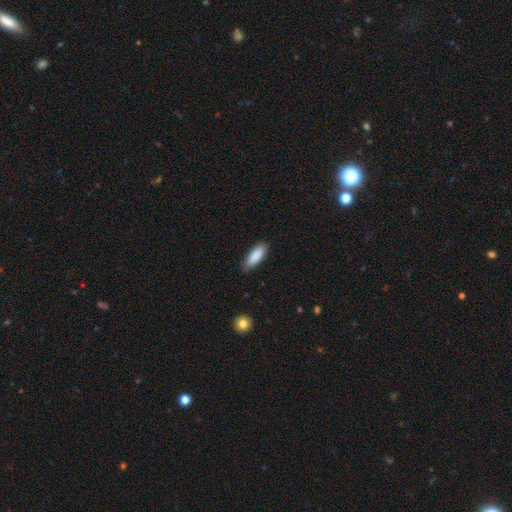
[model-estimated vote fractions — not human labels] This is clearly a smooth galaxy (88%). How rounded: likely in between (71%). Merging: likely none (80%).